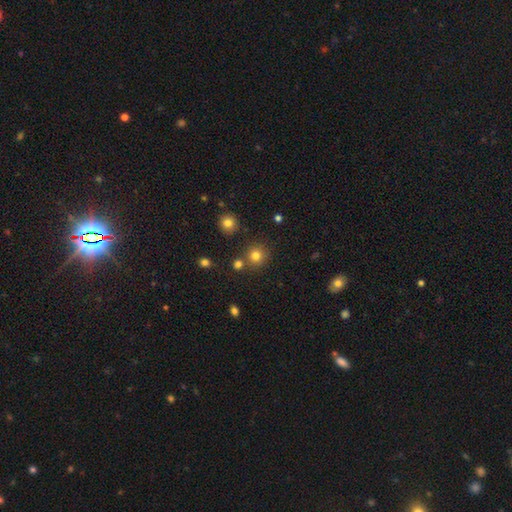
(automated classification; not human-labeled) This appears to be a smooth galaxy with no disk features (78%) that is round (92%). Merging: none (80%).